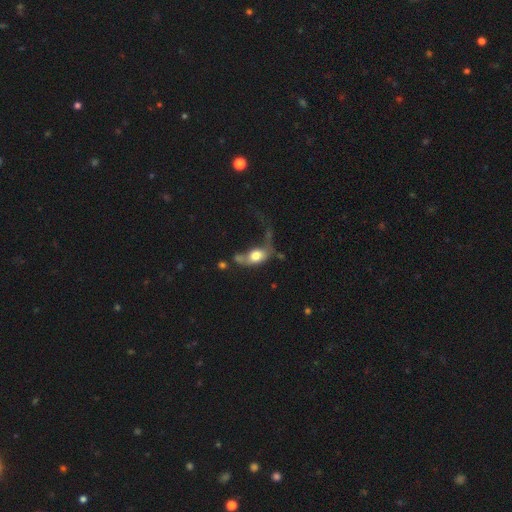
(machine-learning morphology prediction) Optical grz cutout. It shows a smooth galaxy with no disk features (61%) that is in between round and cigar-shaped (79%). Merging: major disturbance (47%).